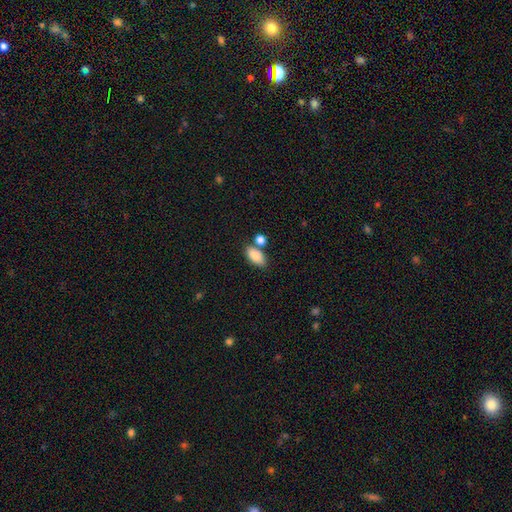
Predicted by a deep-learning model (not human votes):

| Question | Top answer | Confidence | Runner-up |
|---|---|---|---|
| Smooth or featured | smooth | 86% | star or artifact (7%) |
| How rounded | in between | 91% | cigar-shaped (5%) |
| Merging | none | 63% | merger (21%) |